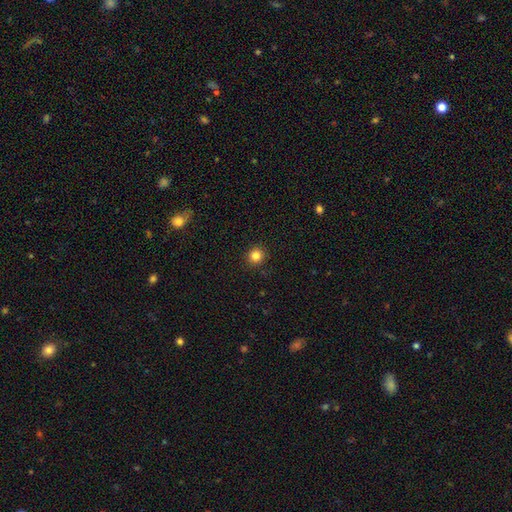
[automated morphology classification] A smooth galaxy with no disk features (84%) that is round (92%). Merging: none (92%).